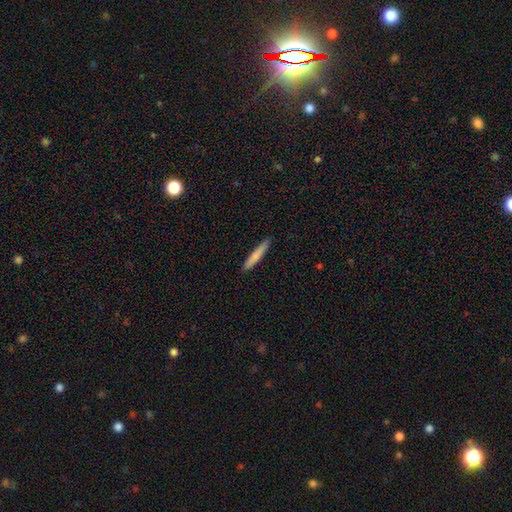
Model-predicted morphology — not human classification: type=smooth (78%); roundness=cigar-shaped (94%); merging=none (90%).